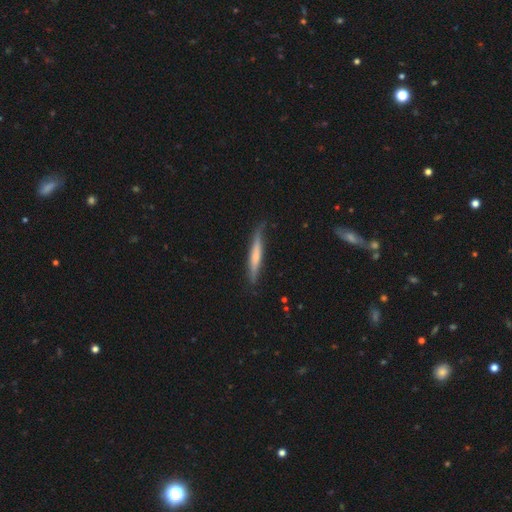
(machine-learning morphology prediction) Smooth or featured: smooth — 53% (featured or disk — 42%)
How rounded: cigar-shaped — 95% (in between — 4%)
Merging: none — 77% (minor disturbance — 18%)